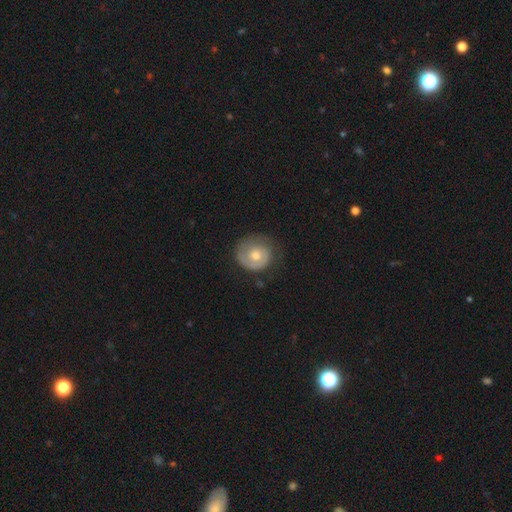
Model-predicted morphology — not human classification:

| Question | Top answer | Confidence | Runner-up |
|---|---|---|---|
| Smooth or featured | featured or disk | 49% | smooth (45%) |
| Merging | none | 64% | minor disturbance (22%) |